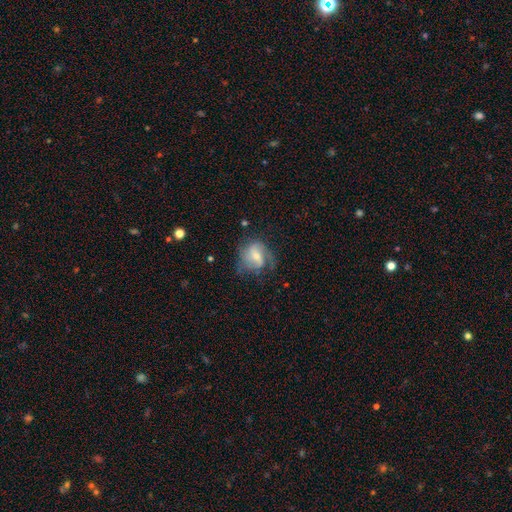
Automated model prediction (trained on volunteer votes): smooth_or_featured: featured or disk (p=0.61) [alt: smooth p=0.31]
disk_edge_on: no (p=0.96) [alt: yes p=0.04]
bar: weak (p=0.44) [alt: no p=0.37]
has_spiral_arms: yes (p=0.81) [alt: no p=0.19]
bulge_size: small (p=0.47) [tied with: moderate p=0.47]
merging: none (p=0.51) [alt: minor disturbance p=0.27]